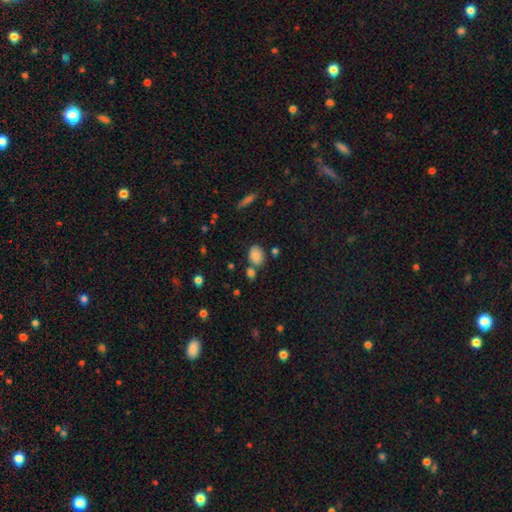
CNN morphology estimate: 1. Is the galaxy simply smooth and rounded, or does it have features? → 83% smooth, 10% star or artifact, 7% featured or disk.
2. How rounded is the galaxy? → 72% in between, 26% round, 1% cigar-shaped.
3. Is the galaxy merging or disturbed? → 65% none, 16% merger, 14% minor disturbance, 4% major disturbance.